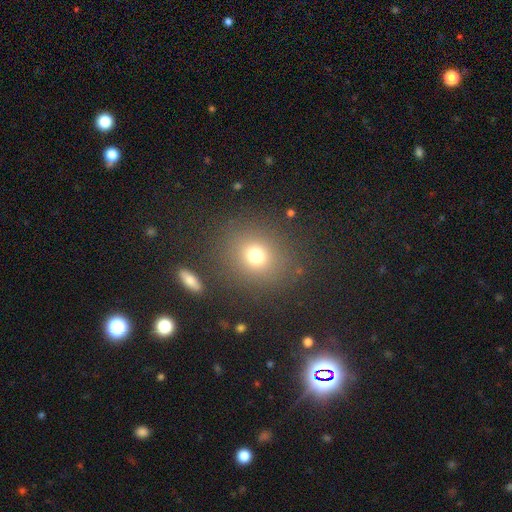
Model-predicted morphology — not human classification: Overall: smooth (73%). How rounded: round (74%). Merging: none (83%).